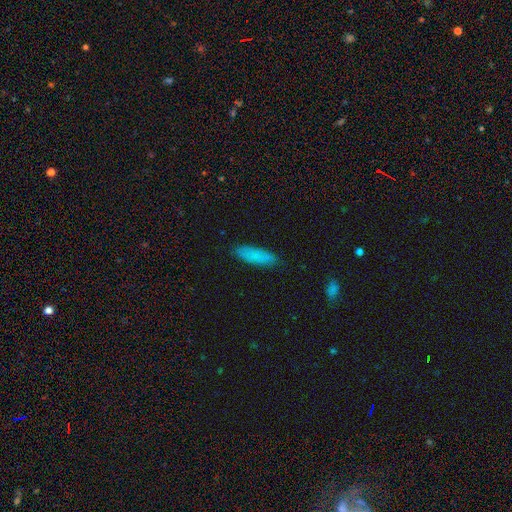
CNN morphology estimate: Smooth or featured: smooth — 83% (featured or disk — 9%)
How rounded: cigar-shaped — 51% (in between — 47%)
Merging: none — 85% (minor disturbance — 11%)